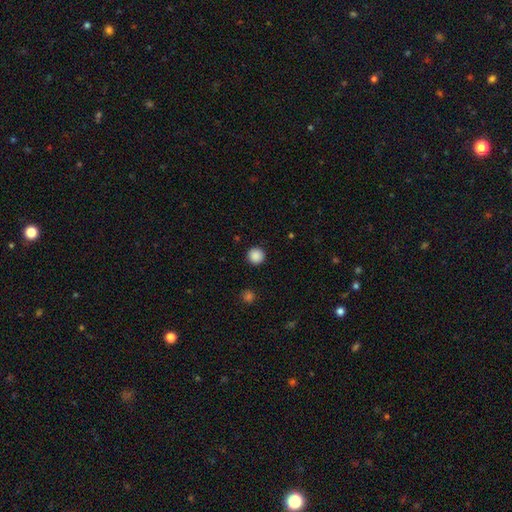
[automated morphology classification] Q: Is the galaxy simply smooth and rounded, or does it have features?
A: smooth — 88%.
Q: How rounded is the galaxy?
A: round — 96%.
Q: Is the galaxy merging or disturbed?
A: none — 93%.